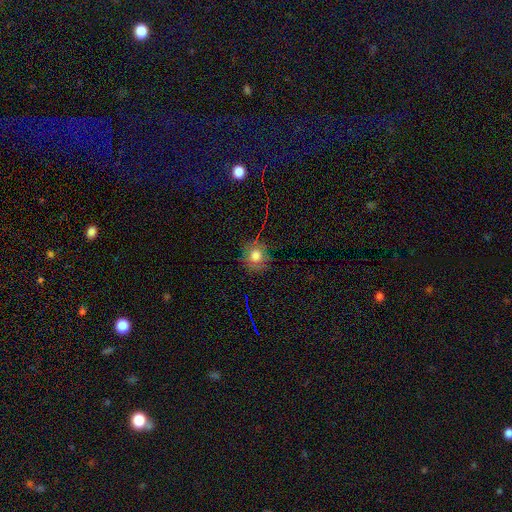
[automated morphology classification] Smooth or featured? Predicted: smooth (p=0.76). How rounded? Predicted: round (p=0.85). Merging? Predicted: none (p=0.80).